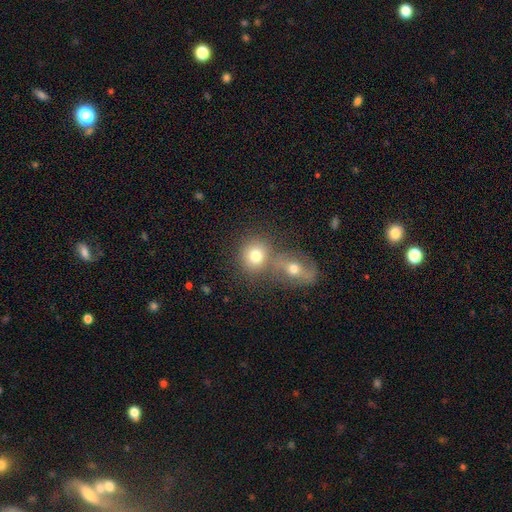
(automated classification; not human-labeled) A smooth galaxy with no disk features (76%) that is round (77%).

Vote fractions:
- Smooth or featured? smooth: 76% / featured or disk: 13% / star or artifact: 11%
- How rounded? round: 77% / in between: 21% / cigar-shaped: 1%
- Merging? none: 48% / merger: 40% / minor disturbance: 8% / major disturbance: 4%